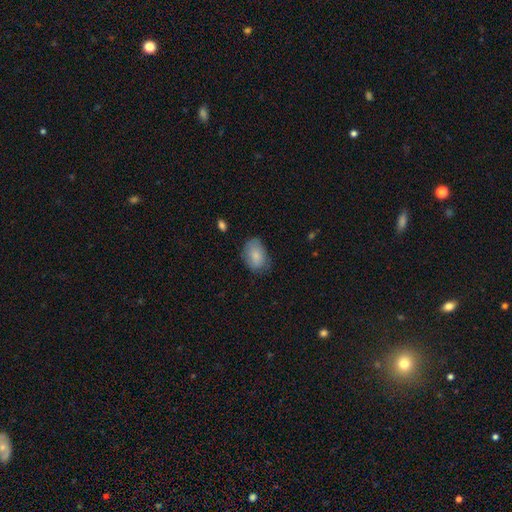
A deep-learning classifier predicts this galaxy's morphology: type=smooth (81%); roundness=in between (83%); merging=none (65%).